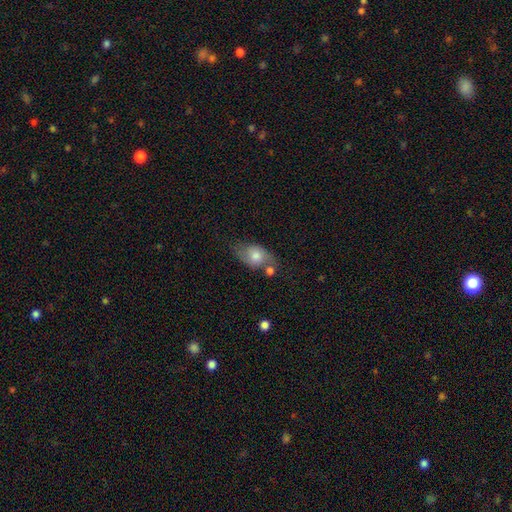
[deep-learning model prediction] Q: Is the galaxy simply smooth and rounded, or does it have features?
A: smooth — 66%.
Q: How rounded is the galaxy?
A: in between — 79%.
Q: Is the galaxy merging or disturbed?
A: none — 50%.